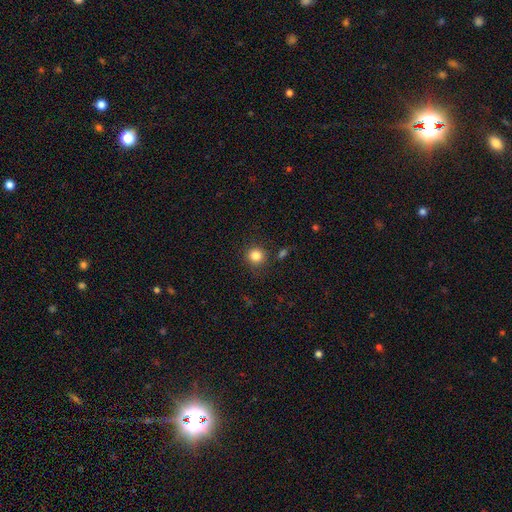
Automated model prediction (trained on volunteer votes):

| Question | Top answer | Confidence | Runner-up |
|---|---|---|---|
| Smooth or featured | smooth | 84% | star or artifact (11%) |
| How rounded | round | 92% | in between (7%) |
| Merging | none | 85% | minor disturbance (9%) |